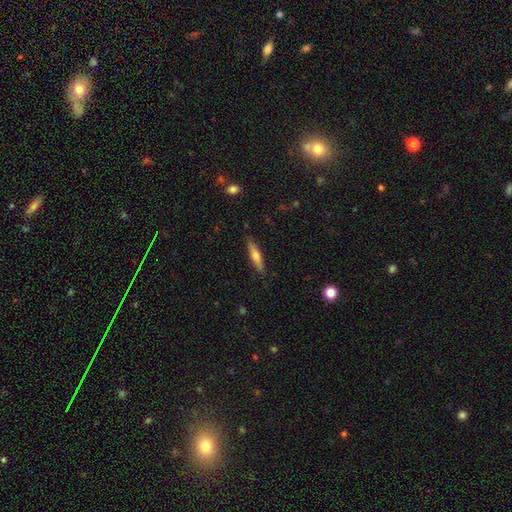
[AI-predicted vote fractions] This appears to be a smooth galaxy with no disk features (60%) that is cigar-shaped (83%). Merging: none (86%).